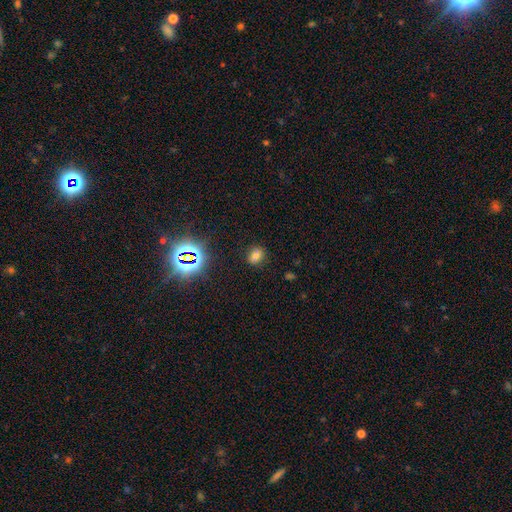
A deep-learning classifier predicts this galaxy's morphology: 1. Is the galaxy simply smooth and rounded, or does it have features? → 62% smooth, 28% star or artifact, 10% featured or disk.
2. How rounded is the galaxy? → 54% round, 45% in between, 1% cigar-shaped.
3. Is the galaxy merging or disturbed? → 83% none, 11% minor disturbance, 3% merger, 3% major disturbance.